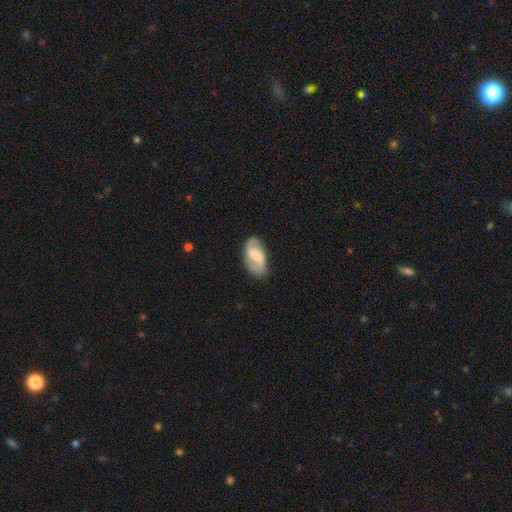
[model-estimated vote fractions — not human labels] The model was most divided on "bulge size": moderate: 33%, small: 31%, none: 23%, large: 11%, dominant: 2%. Remaining: edge-on disk — no (96%); spiral arms — yes (92%); spiral arm count — 2 (89%); merging — none (80%); smooth or featured — featured or disk (70%); bar — weak (53%); spiral winding — medium (44%).